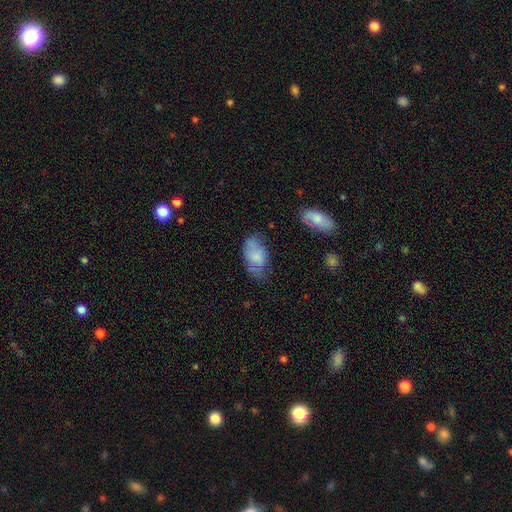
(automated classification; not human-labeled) smooth_or_featured: smooth (p=0.68) [alt: featured or disk p=0.24]
how_rounded: in between (p=0.92) [alt: round p=0.05]
merging: none (p=0.44) [alt: minor disturbance p=0.35]